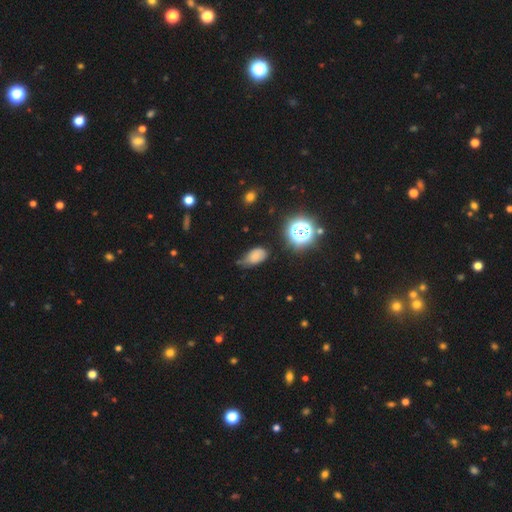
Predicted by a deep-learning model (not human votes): Overall: smooth (72%). How rounded: in between (85%). Merging: none (46%; minor disturbance 40%).